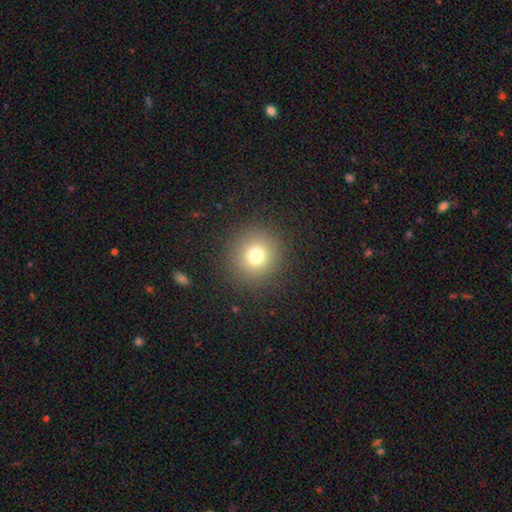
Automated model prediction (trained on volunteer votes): smooth_or_featured: smooth (p=0.76) [alt: star or artifact p=0.15]
how_rounded: round (p=0.92) [alt: in between p=0.07]
merging: none (p=0.90) [alt: minor disturbance p=0.06]